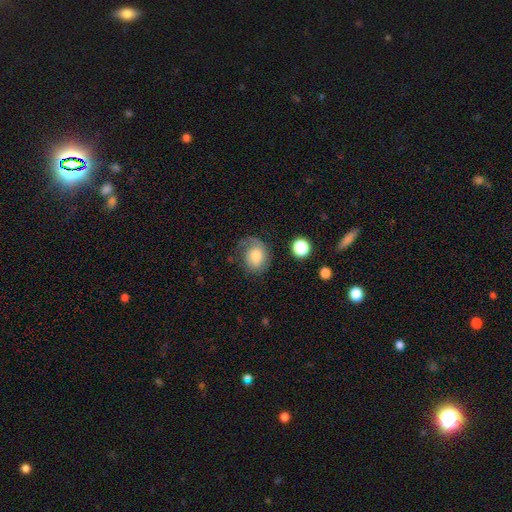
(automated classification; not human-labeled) smooth 53%, featured or disk 38%, star or artifact 9%. Down the decision tree: how rounded — round (53%); merging — none (48%).